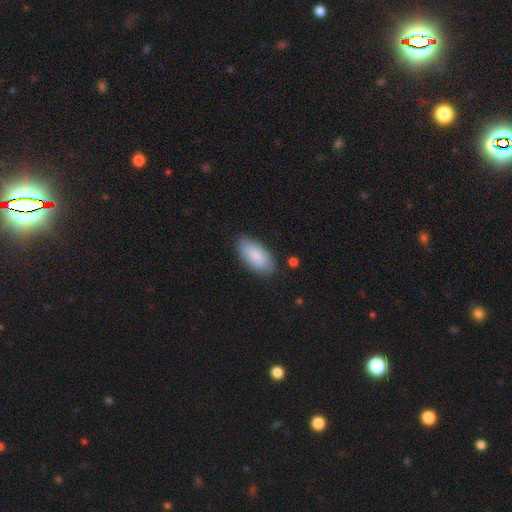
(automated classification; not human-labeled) smooth-or-featured: smooth: 85% | featured or disk: 9% | star or artifact: 6%
  how-rounded: in between: 92% | cigar-shaped: 7% | round: 2%
  merging: none: 83% | minor disturbance: 12% | major disturbance: 3% | merger: 2%